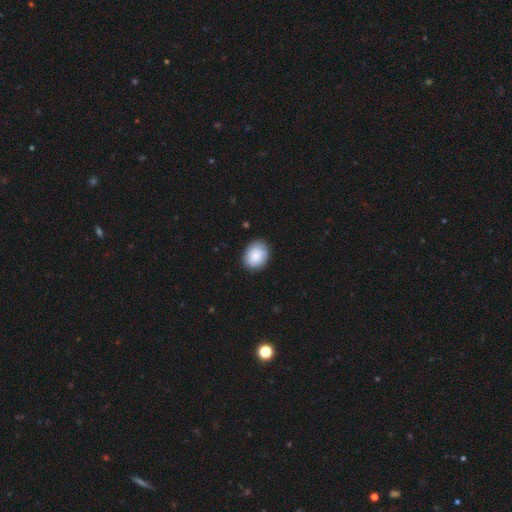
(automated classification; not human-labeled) smooth 84%, featured or disk 10%, star or artifact 7%. Down the decision tree: how rounded — in between (56%); merging — none (83%).